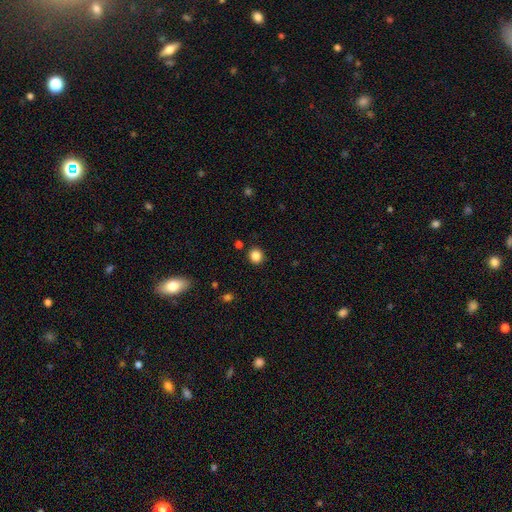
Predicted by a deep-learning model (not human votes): This is clearly a smooth galaxy (85%). How rounded: clearly round (88%). Merging: clearly none (90%).